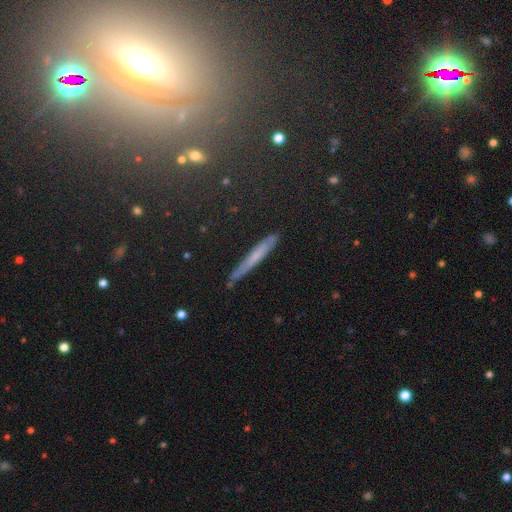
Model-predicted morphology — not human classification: Overall: smooth (50%; featured or disk 39%). How rounded: cigar-shaped (95%). Merging: none (83%).